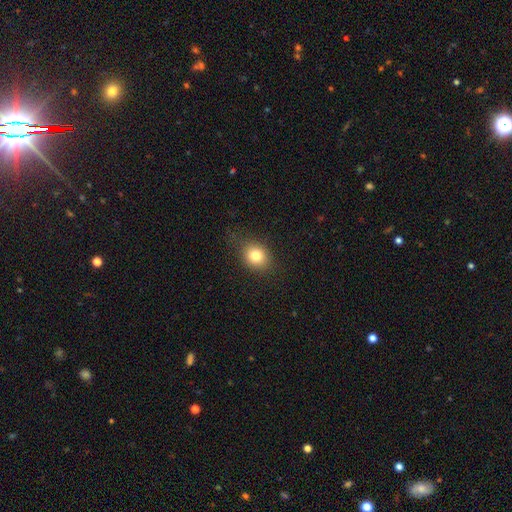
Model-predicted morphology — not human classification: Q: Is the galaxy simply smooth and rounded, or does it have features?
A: smooth — 79%.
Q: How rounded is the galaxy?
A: round — 62%.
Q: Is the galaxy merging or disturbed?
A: none — 79%.